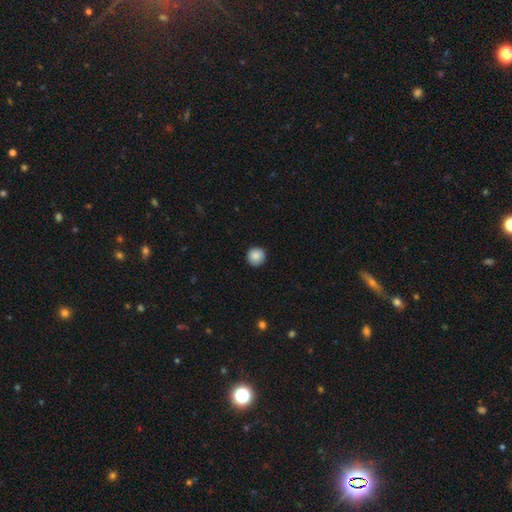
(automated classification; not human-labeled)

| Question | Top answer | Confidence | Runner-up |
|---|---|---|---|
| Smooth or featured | smooth | 86% | star or artifact (8%) |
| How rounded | round | 95% | in between (4%) |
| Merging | none | 90% | minor disturbance (7%) |